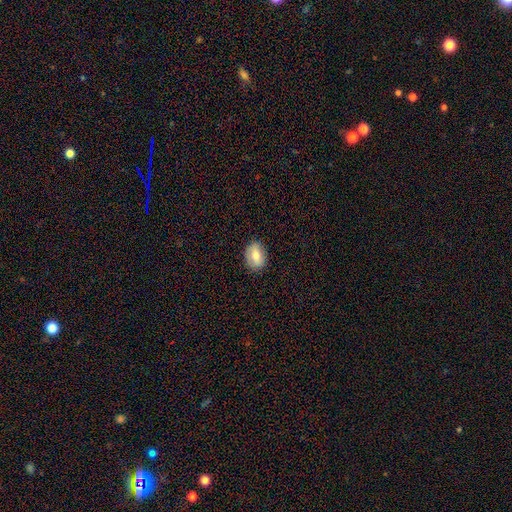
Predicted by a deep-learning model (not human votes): This appears to be a smooth galaxy with no disk features (78%) that is in between round and cigar-shaped (76%). Merging: none (82%).